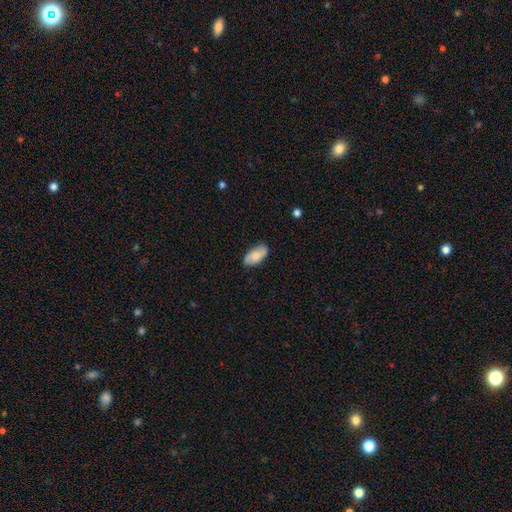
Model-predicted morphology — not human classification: The model was most divided on "smooth or featured": smooth: 69%, featured or disk: 24%, star or artifact: 7%. More confident: how rounded — in between (92%); merging — none (80%).